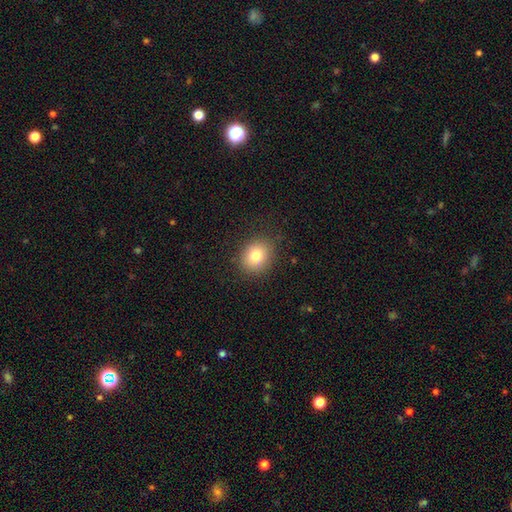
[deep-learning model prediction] Smooth or featured? smooth (78%)
How rounded? round (68%)
Merging? none (86%)